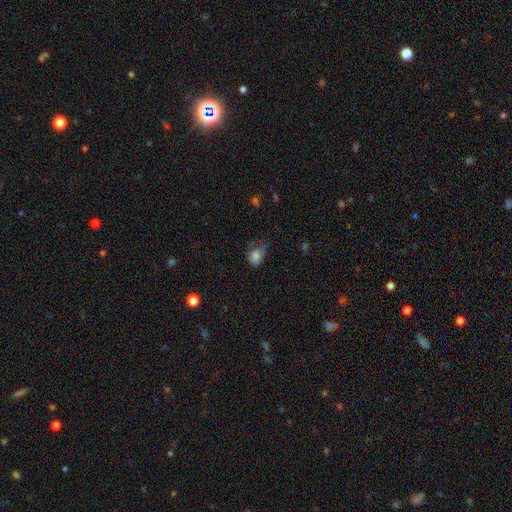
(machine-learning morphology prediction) Smooth or featured?
  - smooth: 75% *
  - featured or disk: 14%
  - star or artifact: 10%
How rounded?
  - in between: 71% *
  - round: 28%
  - cigar-shaped: 1%
Merging?
  - minor disturbance: 36% *
  - none: 35%
  - major disturbance: 27%
  - merger: 2%